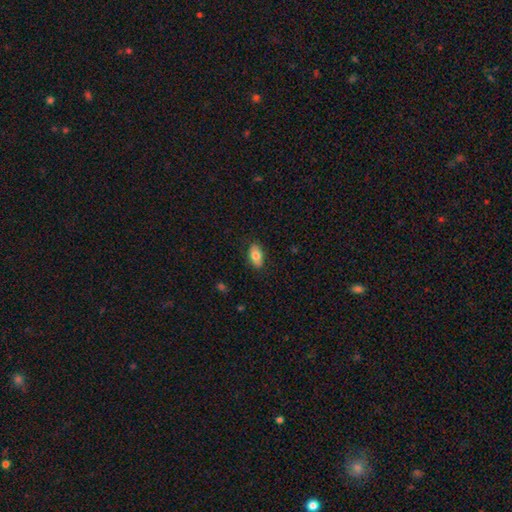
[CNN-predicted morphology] smooth_or_featured: smooth (p=0.77) [alt: featured or disk p=0.16]
how_rounded: in between (p=0.91) [alt: round p=0.05]
merging: none (p=0.85) [alt: minor disturbance p=0.12]